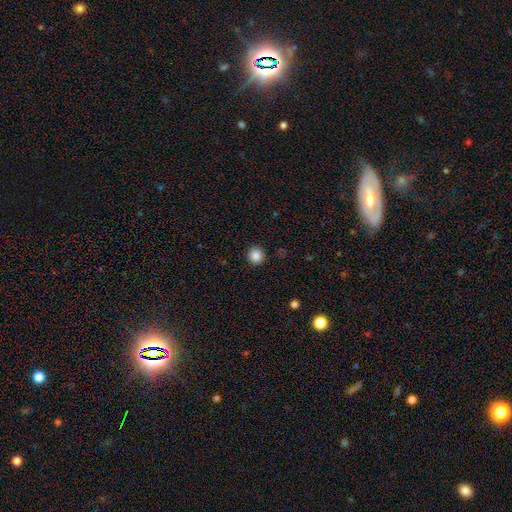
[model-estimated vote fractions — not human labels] Q: Smooth or featured?
A: smooth (87%); runner-up: star or artifact (10%)
Q: How rounded?
A: round (95%); runner-up: in between (4%)
Q: Merging?
A: none (92%); runner-up: minor disturbance (5%)